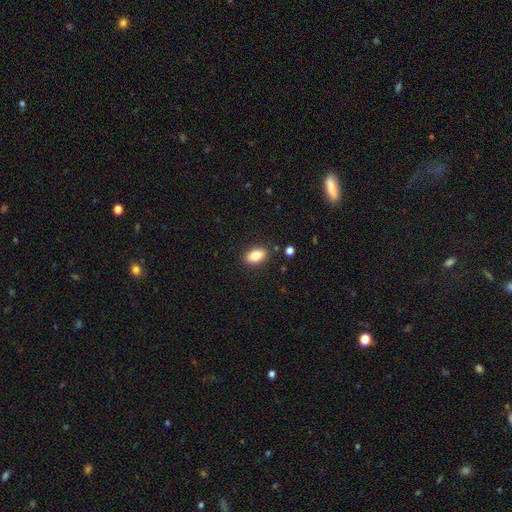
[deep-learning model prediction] Smooth or featured: smooth — 82% (featured or disk — 10%)
How rounded: in between — 88% (round — 9%)
Merging: none — 87% (minor disturbance — 9%)